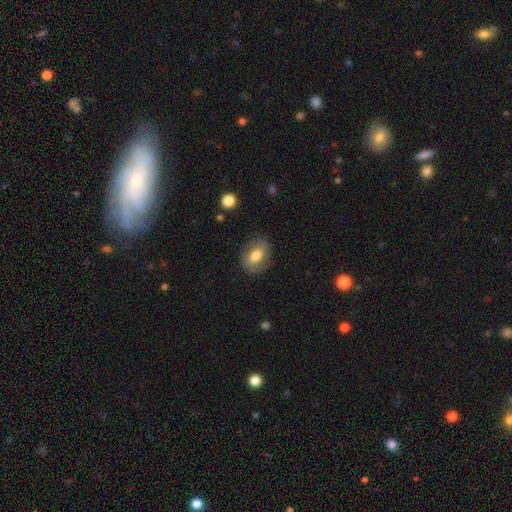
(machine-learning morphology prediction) smooth-or-featured: smooth: 64% | featured or disk: 28% | star or artifact: 8%
  how-rounded: in between: 66% | round: 32% | cigar-shaped: 1%
  merging: none: 81% | minor disturbance: 13% | major disturbance: 5% | merger: 1%